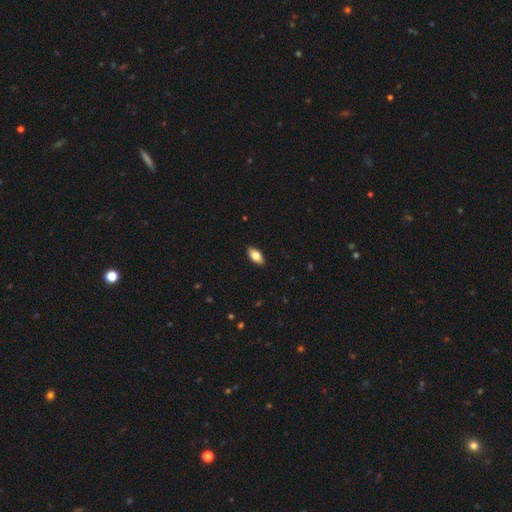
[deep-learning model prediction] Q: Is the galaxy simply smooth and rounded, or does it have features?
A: smooth — 77%.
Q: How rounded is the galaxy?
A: in between — 91%.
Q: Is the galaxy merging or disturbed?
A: none — 90%.